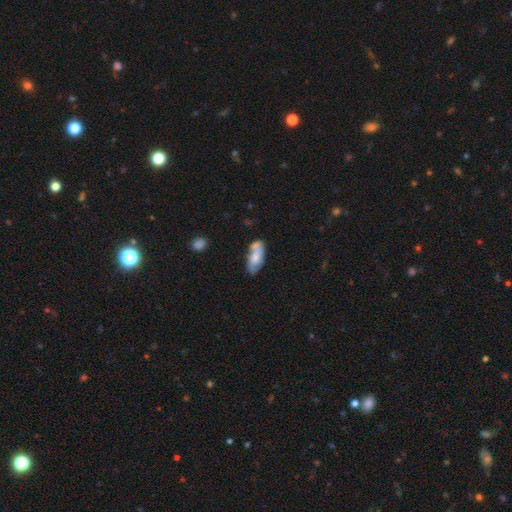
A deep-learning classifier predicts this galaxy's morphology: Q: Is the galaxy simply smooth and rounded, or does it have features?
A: smooth — 58%.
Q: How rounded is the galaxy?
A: in between — 80%.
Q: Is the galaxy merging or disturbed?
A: none — 53%.